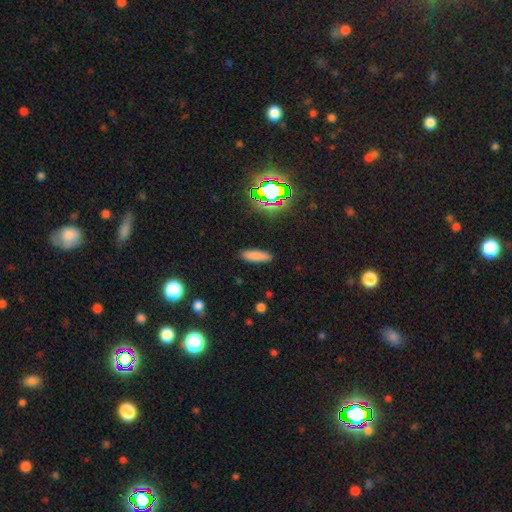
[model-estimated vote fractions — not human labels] The model was most divided on "how rounded": cigar-shaped: 55%, in between: 43%, round: 2%. More confident: merging — none (89%); smooth or featured — smooth (81%).